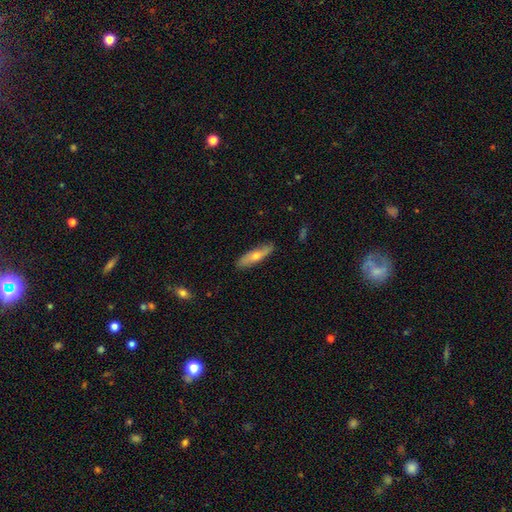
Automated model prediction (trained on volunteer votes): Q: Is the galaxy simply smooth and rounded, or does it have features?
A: smooth — 52%.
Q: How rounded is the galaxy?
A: cigar-shaped — 73%.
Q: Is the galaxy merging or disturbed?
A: none — 87%.